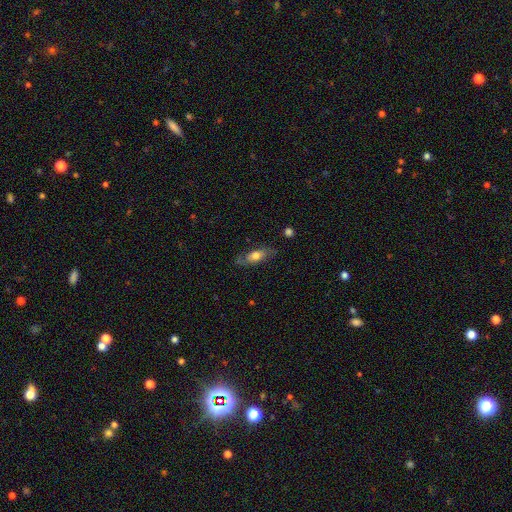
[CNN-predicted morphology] Smooth or featured?
  - smooth: 54% *
  - featured or disk: 39%
  - star or artifact: 7%
How rounded?
  - in between: 63% *
  - cigar-shaped: 32%
  - round: 5%
Merging?
  - none: 73% *
  - minor disturbance: 20%
  - major disturbance: 6%
  - merger: 2%